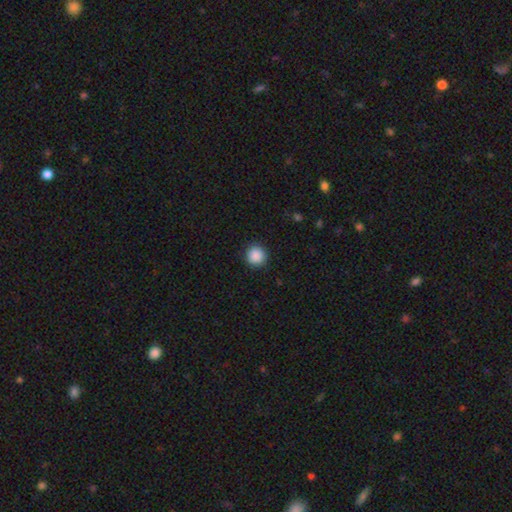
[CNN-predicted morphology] This appears to be a smooth galaxy with no disk features (89%) that is round (95%). Merging: none (92%).